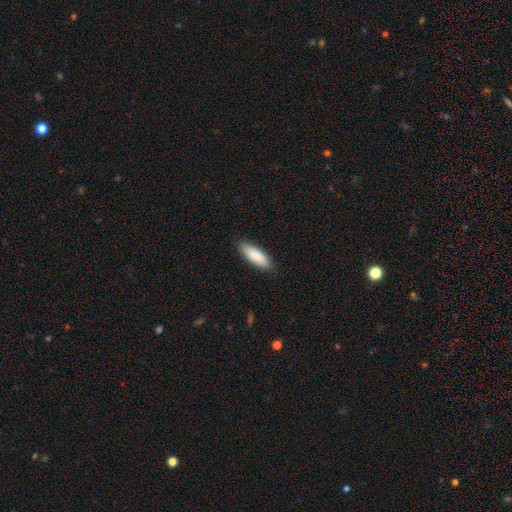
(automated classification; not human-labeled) Smooth or featured: smooth — 88% (featured or disk — 7%)
How rounded: in between — 62% (cigar-shaped — 37%)
Merging: none — 87% (minor disturbance — 10%)